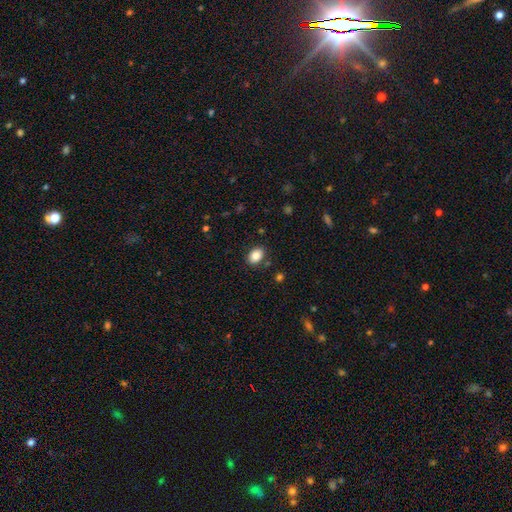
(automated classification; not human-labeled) Smooth or featured: smooth — 84% (star or artifact — 9%)
How rounded: in between — 75% (round — 24%)
Merging: none — 85% (minor disturbance — 10%)